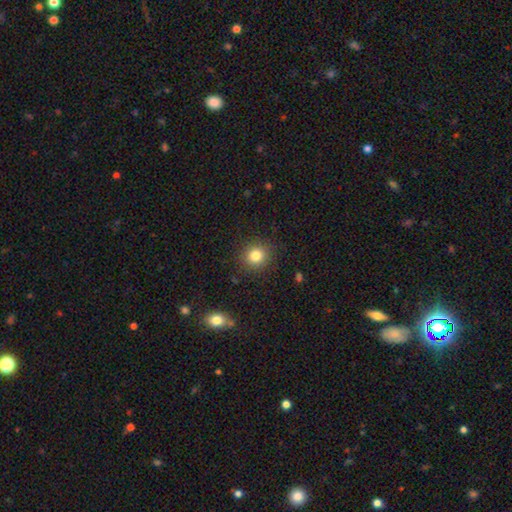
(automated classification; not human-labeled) smooth 82%, star or artifact 12%, featured or disk 6%. Down the decision tree: how rounded — round (88%); merging — none (89%).